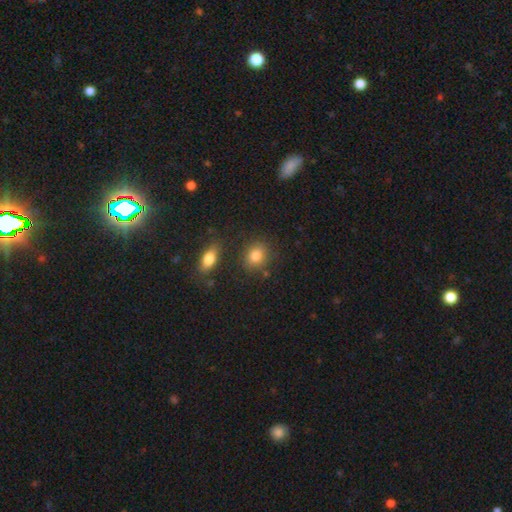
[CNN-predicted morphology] Smooth or featured? Predicted: smooth (p=0.83). How rounded? Predicted: round (p=0.50). Merging? Predicted: none (p=0.78).